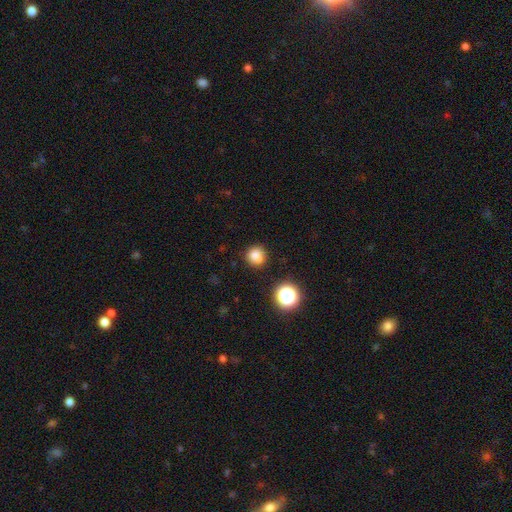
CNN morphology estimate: Overall: smooth (81%). How rounded: round (91%). Merging: none (87%).